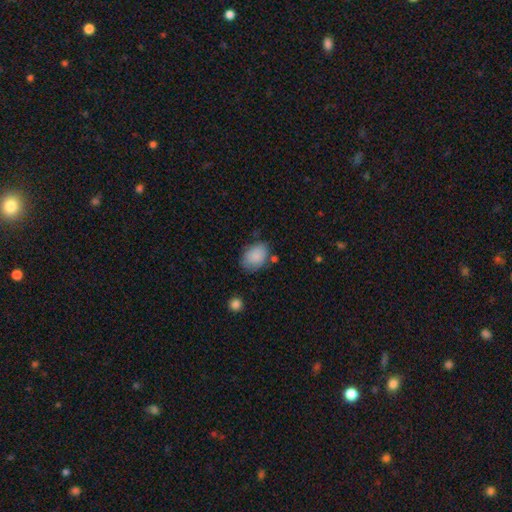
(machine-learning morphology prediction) Smooth or featured: smooth — 86% (star or artifact — 7%)
How rounded: in between — 77% (round — 22%)
Merging: none — 70% (minor disturbance — 21%)